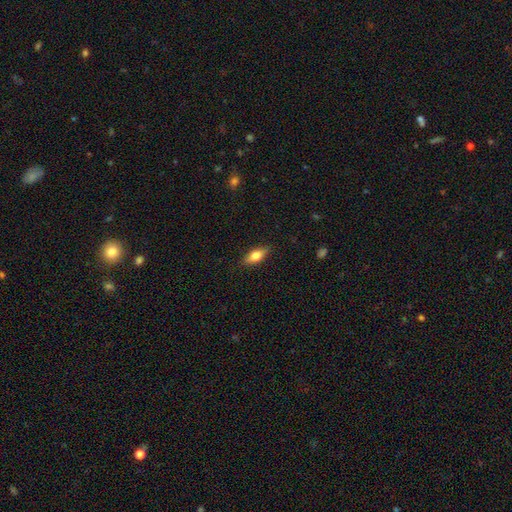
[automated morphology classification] A smooth galaxy with no disk features (66%) that is in between round and cigar-shaped (72%).

Vote fractions:
- Smooth or featured? smooth: 66% / featured or disk: 27% / star or artifact: 7%
- How rounded? in between: 72% / cigar-shaped: 24% / round: 4%
- Merging? none: 86% / minor disturbance: 11% / major disturbance: 2% / merger: 1%